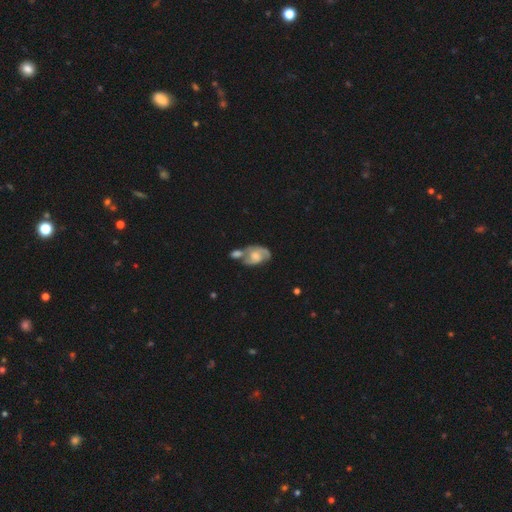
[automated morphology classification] A featured or disk galaxy (68%) with no bar (64%), 2 (77%) medium (46%) spiral arms (85%) and a moderate central bulge (41%).

Vote fractions:
- Smooth or featured? featured or disk: 68% / smooth: 25% / star or artifact: 7%
- Edge-on disk? no: 97% / yes: 3%
- Bar? no: 64% / weak: 31% / strong: 6%
- Spiral arms? yes: 85% / no: 15%
- Spiral winding? medium: 46% / tight: 31% / loose: 22%
- Spiral arm count? 2: 77% / can't tell: 12% / 1: 6% / 3: 3% / 4: 1% / more than 4: 1%
- Bulge size? moderate: 41% / large: 23% / small: 21% / none: 13% / dominant: 3%
- Merging? merger: 46% / none: 29% / minor disturbance: 16% / major disturbance: 10%